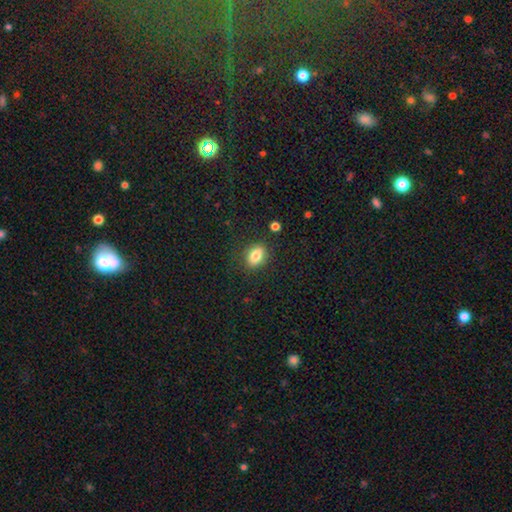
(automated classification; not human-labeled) Overall: smooth (83%). How rounded: in between (76%). Merging: none (84%).